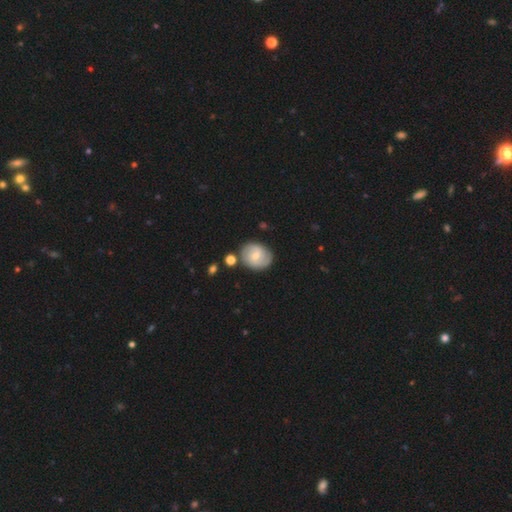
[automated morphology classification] Smooth or featured? featured or disk (50%)
Merging? none (75%)